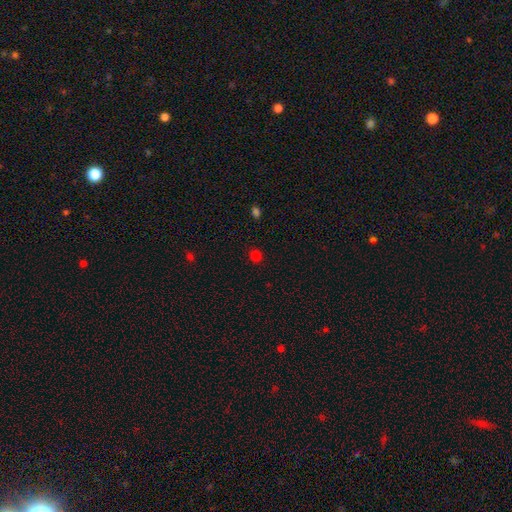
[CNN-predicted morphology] The model was most divided on "smooth or featured": smooth: 78%, star or artifact: 19%, featured or disk: 4%. More confident: merging — none (90%); how rounded — round (87%).